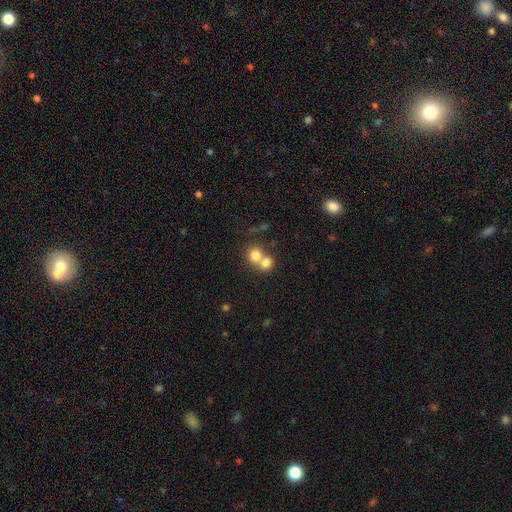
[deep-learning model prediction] The model was most divided on "merging": merger: 61%, none: 31%, minor disturbance: 5%, major disturbance: 3%. More confident: how rounded — round (77%); smooth or featured — smooth (76%).